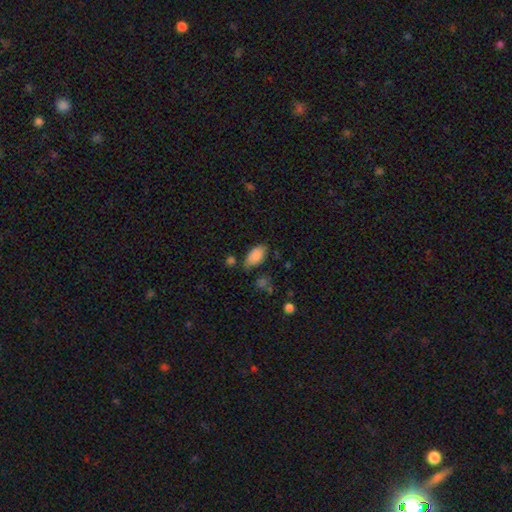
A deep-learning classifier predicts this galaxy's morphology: The model was most divided on "merging": none: 65%, minor disturbance: 24%, major disturbance: 5%, merger: 5%. More confident: how rounded — in between (93%); smooth or featured — smooth (85%).